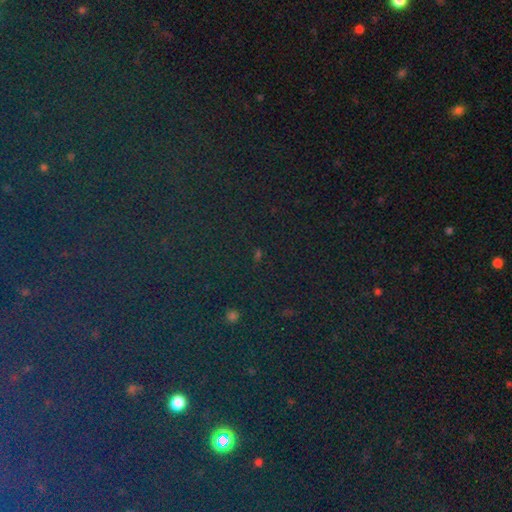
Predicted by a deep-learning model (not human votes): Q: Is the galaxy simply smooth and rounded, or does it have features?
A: star or artifact — 78%.